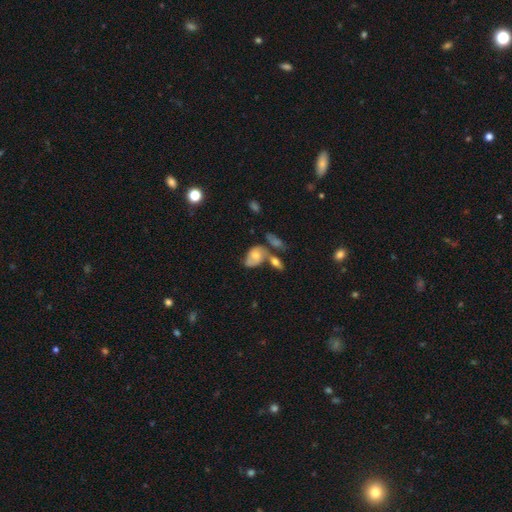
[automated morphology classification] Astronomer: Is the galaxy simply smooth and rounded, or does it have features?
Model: smooth — 54% (runner-up: featured or disk, 38%).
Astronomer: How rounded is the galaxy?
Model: in between — 85%.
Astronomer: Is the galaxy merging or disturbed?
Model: merger — 36% (runner-up: none, 32%).